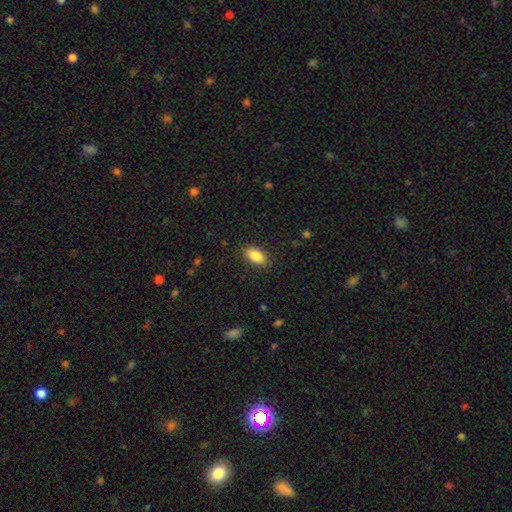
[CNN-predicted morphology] smooth_or_featured: smooth (p=0.86) [alt: star or artifact p=0.07]
how_rounded: in between (p=0.91) [alt: cigar-shaped p=0.05]
merging: none (p=0.87) [alt: minor disturbance p=0.09]